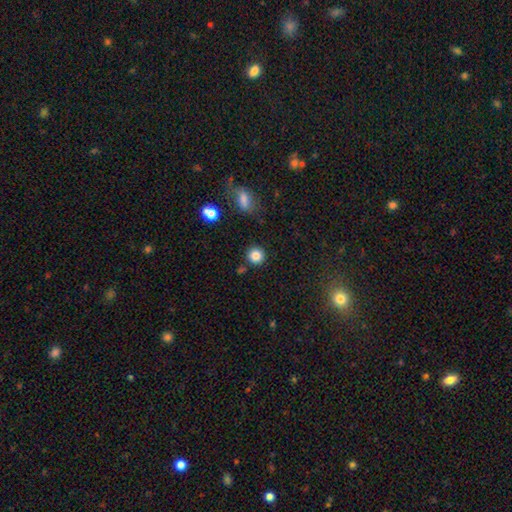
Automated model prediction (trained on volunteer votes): smooth-or-featured: smooth: 84% | star or artifact: 11% | featured or disk: 5%
  how-rounded: round: 93% | in between: 6% | cigar-shaped: 1%
  merging: none: 86% | minor disturbance: 8% | merger: 4% | major disturbance: 3%